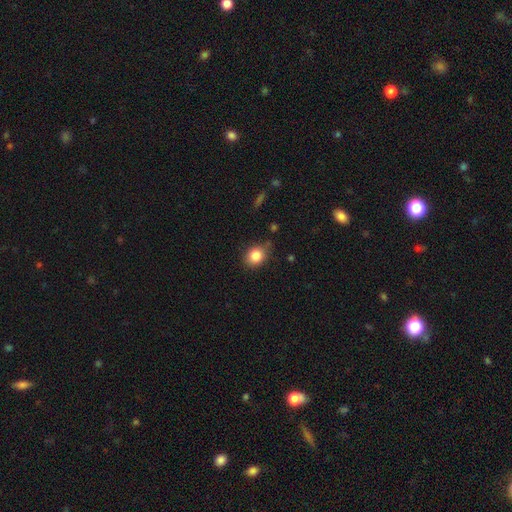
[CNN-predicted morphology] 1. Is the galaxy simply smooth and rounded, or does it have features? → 84% smooth, 10% star or artifact, 6% featured or disk.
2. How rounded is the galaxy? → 56% round, 42% in between, 1% cigar-shaped.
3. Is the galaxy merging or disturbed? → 75% none, 19% minor disturbance, 4% major disturbance, 2% merger.